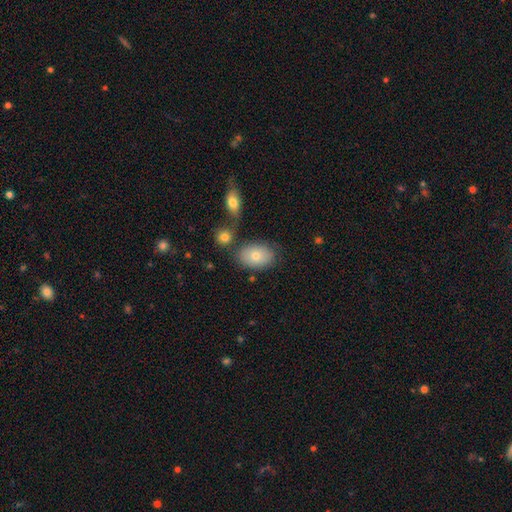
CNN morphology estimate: Smooth or featured: smooth — 77% (featured or disk — 15%)
How rounded: in between — 83% (round — 16%)
Merging: none — 69% (merger — 13%)